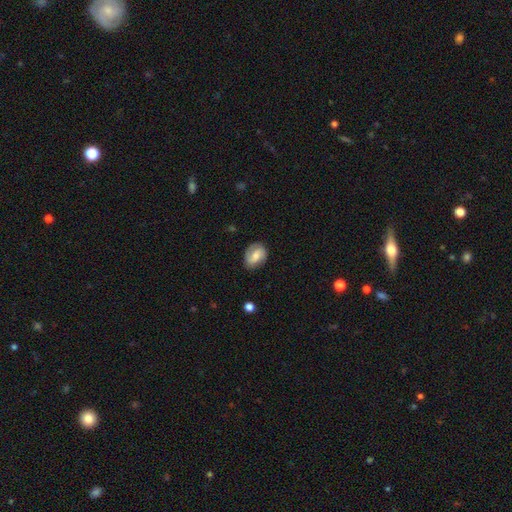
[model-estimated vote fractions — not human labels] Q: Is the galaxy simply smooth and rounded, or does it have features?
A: featured or disk — 47%.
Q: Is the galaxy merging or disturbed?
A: none — 75%.